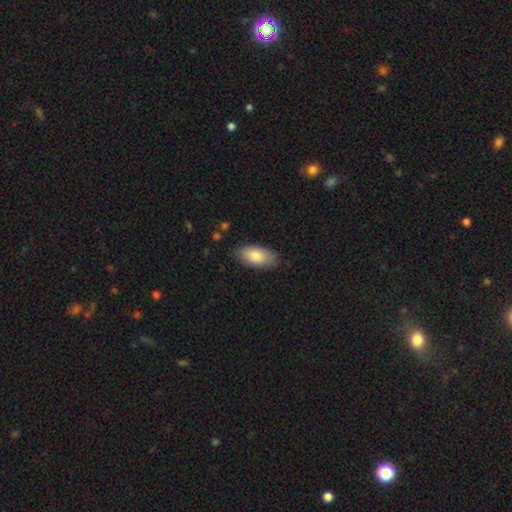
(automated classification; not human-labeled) Smooth or featured? Predicted: smooth (p=0.82). How rounded? Predicted: in between (p=0.93). Merging? Predicted: none (p=0.81).